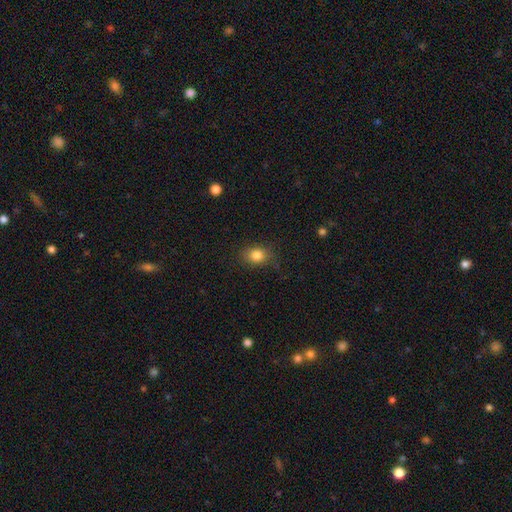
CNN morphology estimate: A smooth galaxy with no disk features (84%) that is in between round and cigar-shaped (53%).

Vote fractions:
- Smooth or featured? smooth: 84% / star or artifact: 10% / featured or disk: 6%
- How rounded? in between: 53% / round: 45% / cigar-shaped: 1%
- Merging? none: 80% / minor disturbance: 15% / major disturbance: 4% / merger: 1%